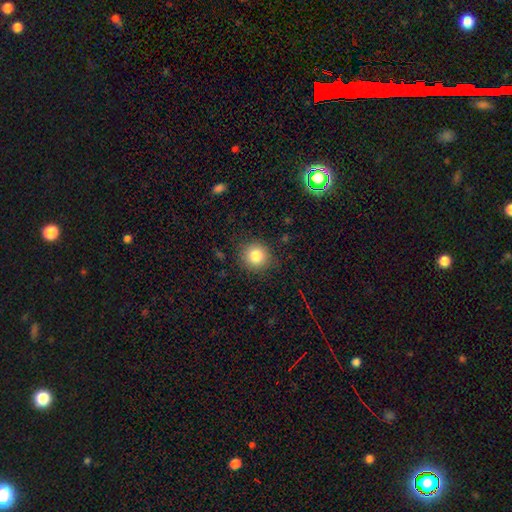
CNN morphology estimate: The model was most divided on "smooth or featured": smooth: 83%, star or artifact: 10%, featured or disk: 7%. More confident: how rounded — round (91%); merging — none (87%).